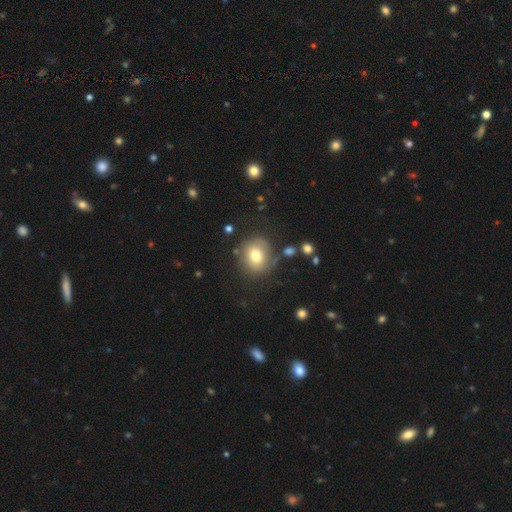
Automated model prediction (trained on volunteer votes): Morphology: type=smooth (74%); roundness=round (75%); merging=none (72%).